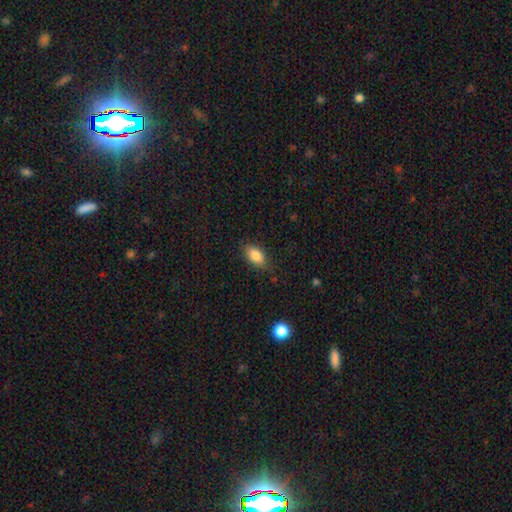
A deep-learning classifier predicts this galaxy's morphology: This appears to be a smooth galaxy with no disk features (85%) that is in between round and cigar-shaped (90%). Merging: none (83%).